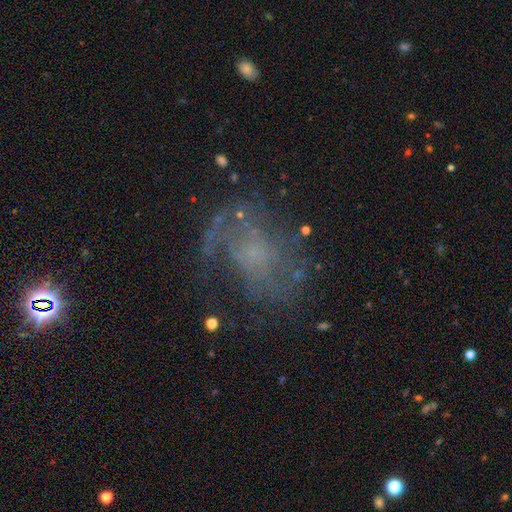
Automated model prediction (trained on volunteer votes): featured or disk 63%, smooth 22%, star or artifact 15%. Down the decision tree: edge-on disk — no (97%); bar — no (78%); spiral arms — yes (67%); bulge size — small (45%); merging — none (50%).